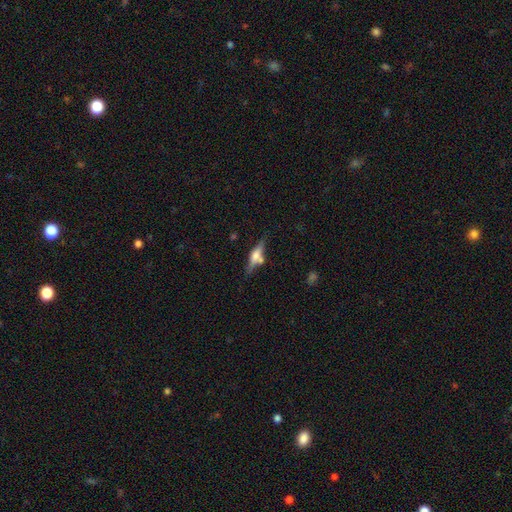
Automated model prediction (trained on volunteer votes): The model was most divided on "smooth or featured": featured or disk: 55%, smooth: 37%, star or artifact: 7%. More confident: edge-on disk — yes (93%); edge-on bulge — rounded (84%); merging — none (66%).